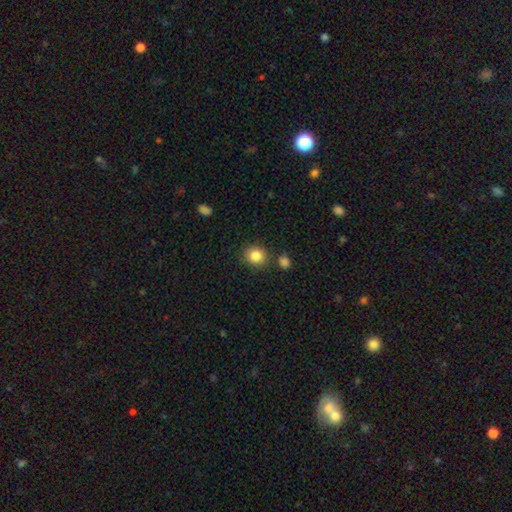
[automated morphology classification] smooth_or_featured: smooth (p=0.84) [alt: star or artifact p=0.10]
how_rounded: round (p=0.79) [alt: in between p=0.21]
merging: none (p=0.82) [alt: minor disturbance p=0.09]